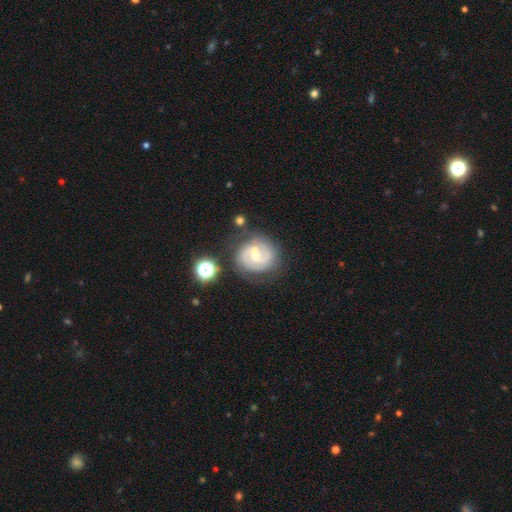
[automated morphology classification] Smooth or featured? Predicted: featured or disk (p=0.82). Edge-on disk? Predicted: no (p=0.98). Bar? Predicted: no (p=0.51). Spiral arms? Predicted: yes (p=0.94). Spiral winding? Predicted: tight (p=0.50). Spiral arm count? Predicted: 2 (p=0.75). Bulge size? Predicted: small (p=0.48, tied with moderate). Merging? Predicted: none (p=0.67).